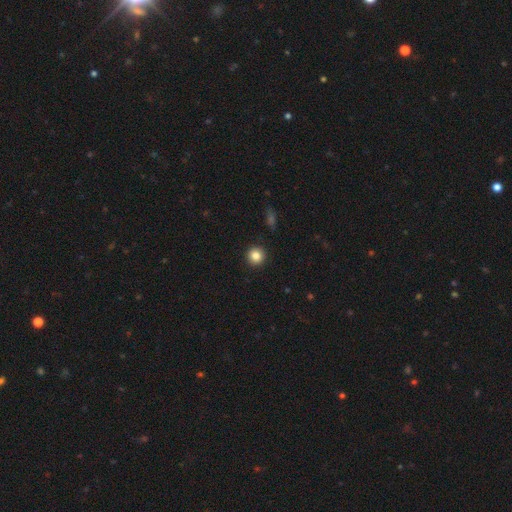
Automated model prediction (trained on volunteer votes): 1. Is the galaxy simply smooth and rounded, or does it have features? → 84% smooth, 11% star or artifact, 5% featured or disk.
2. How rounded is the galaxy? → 94% round, 5% in between, 1% cigar-shaped.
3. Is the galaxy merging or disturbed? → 92% none, 5% minor disturbance, 2% major disturbance, 1% merger.